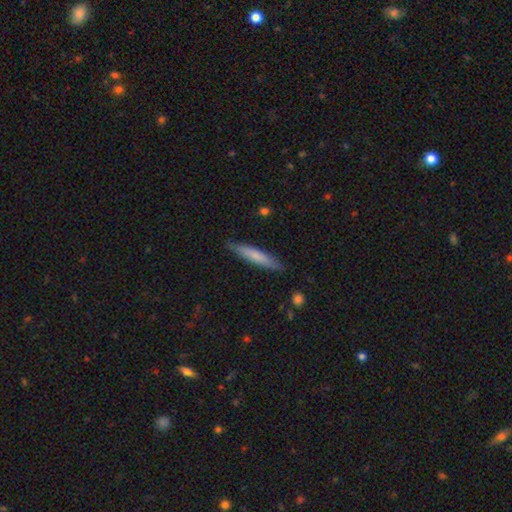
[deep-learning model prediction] Smooth or featured? Predicted: smooth (p=0.70). How rounded? Predicted: cigar-shaped (p=0.92). Merging? Predicted: none (p=0.87).